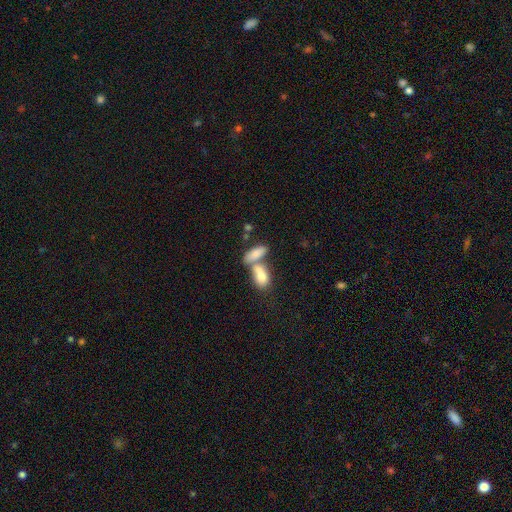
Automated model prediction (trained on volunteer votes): This appears to be a smooth galaxy with no disk features (67%) that is in between round and cigar-shaped (75%). Merging: merger (62%).